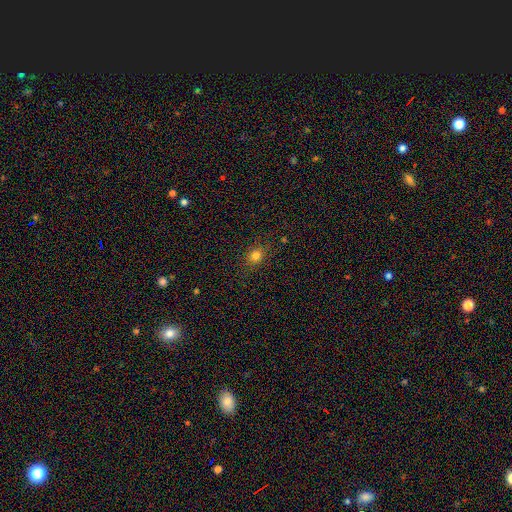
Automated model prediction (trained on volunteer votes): Smooth or featured: smooth — 78% (star or artifact — 16%)
How rounded: round — 68% (in between — 30%)
Merging: none — 83% (minor disturbance — 11%)